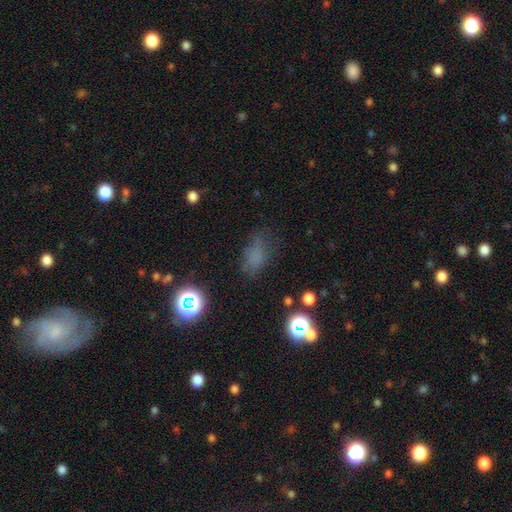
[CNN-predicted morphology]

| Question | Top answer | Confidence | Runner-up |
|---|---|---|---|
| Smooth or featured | smooth | 63% | star or artifact (24%) |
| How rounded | in between | 75% | round (21%) |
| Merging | none | 60% | minor disturbance (23%) |